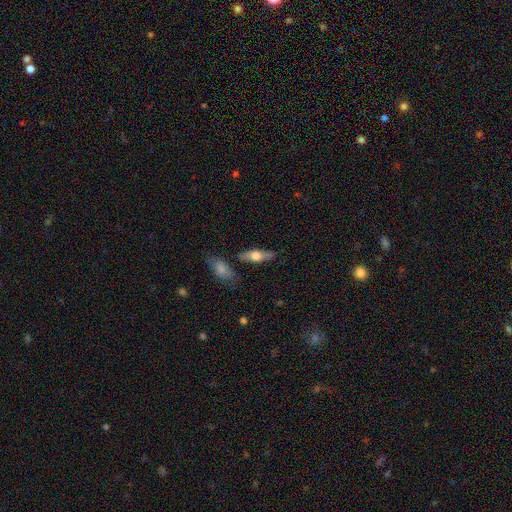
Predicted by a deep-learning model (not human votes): Q: Smooth or featured?
A: smooth (48%); runner-up: featured or disk (46%)
Q: Merging?
A: none (81%); runner-up: minor disturbance (11%)